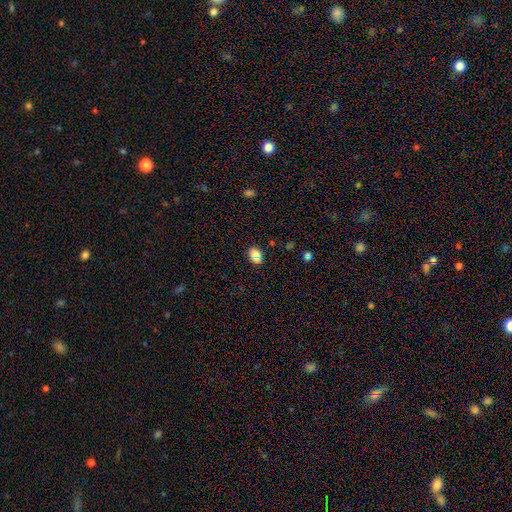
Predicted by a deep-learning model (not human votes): Overall: smooth (73%). How rounded: in between (52%; round 46%). Merging: none (80%).